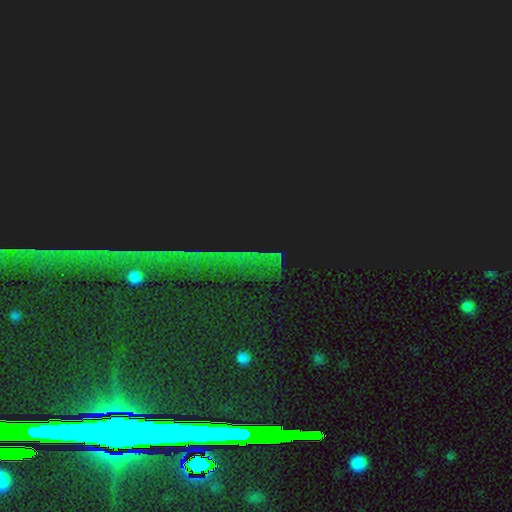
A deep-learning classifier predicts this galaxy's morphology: Smooth or featured? star or artifact (83%)